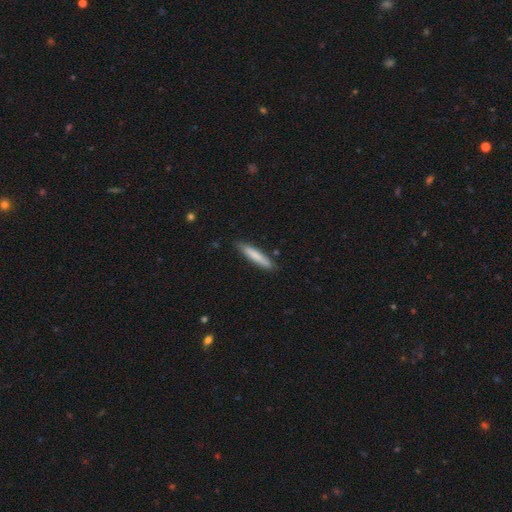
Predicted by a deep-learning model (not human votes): Smooth or featured: smooth — 78% (featured or disk — 16%)
How rounded: cigar-shaped — 90% (in between — 8%)
Merging: none — 85% (minor disturbance — 11%)